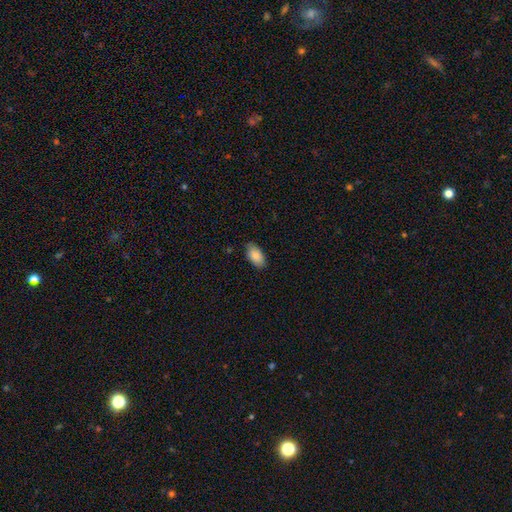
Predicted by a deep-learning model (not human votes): This appears to be a smooth galaxy with no disk features (86%) that is in between round and cigar-shaped (94%). Merging: none (85%).